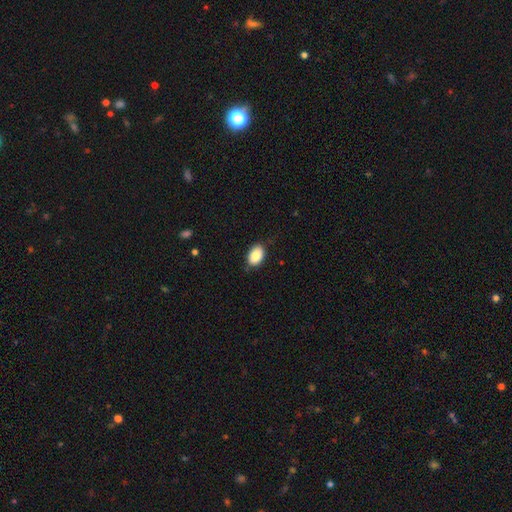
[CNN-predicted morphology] Smooth or featured? Predicted: smooth (p=0.86). How rounded? Predicted: in between (p=0.89). Merging? Predicted: none (p=0.79).